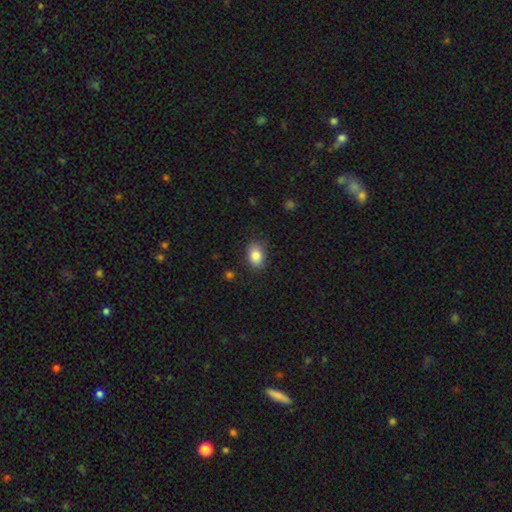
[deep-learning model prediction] This is clearly a smooth galaxy (85%). How rounded: likely in between (77%). Merging: likely none (79%).